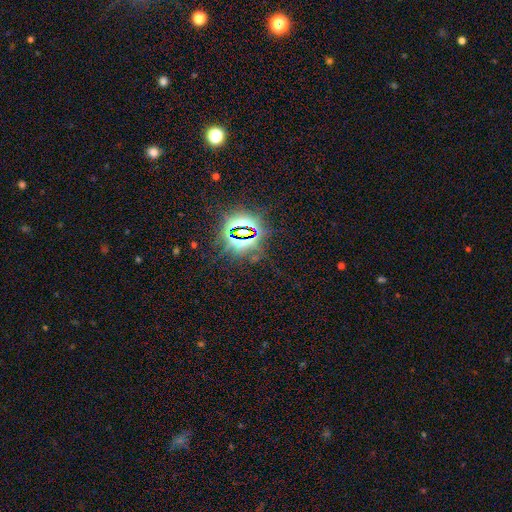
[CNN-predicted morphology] The model was most divided on "smooth or featured": star or artifact: 83%, smooth: 9%, featured or disk: 8%.